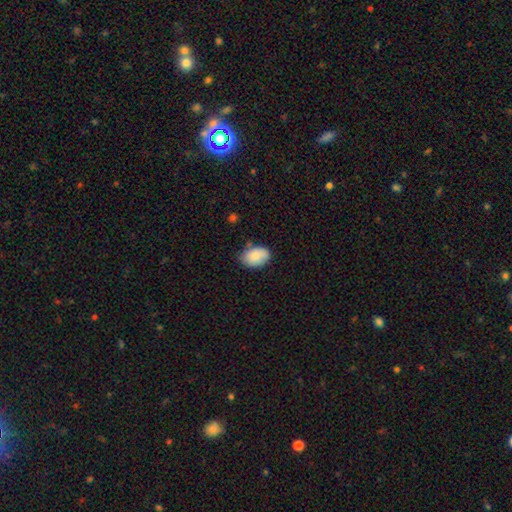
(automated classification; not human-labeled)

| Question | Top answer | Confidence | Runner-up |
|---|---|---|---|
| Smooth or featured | smooth | 85% | featured or disk (8%) |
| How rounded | in between | 86% | round (13%) |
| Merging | none | 72% | minor disturbance (22%) |